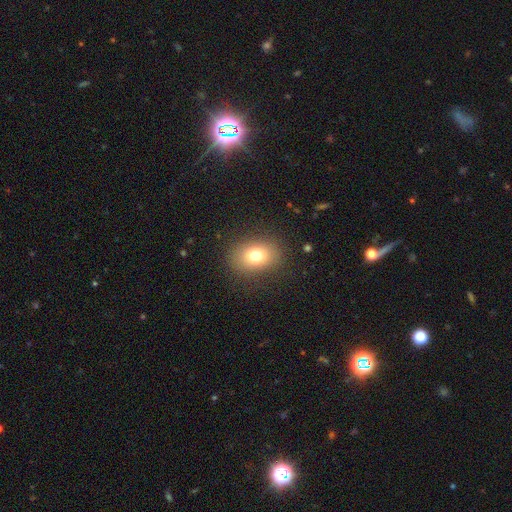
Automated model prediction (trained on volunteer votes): A smooth galaxy with no disk features (77%) that is in between round and cigar-shaped (65%).

Vote fractions:
- Smooth or featured? smooth: 77% / featured or disk: 12% / star or artifact: 12%
- How rounded? in between: 65% / round: 34% / cigar-shaped: 1%
- Merging? none: 85% / minor disturbance: 9% / major disturbance: 4% / merger: 1%